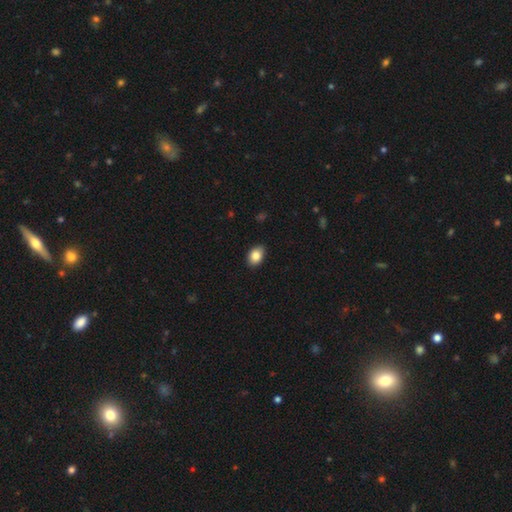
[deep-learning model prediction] Q: Smooth or featured?
A: smooth (86%); runner-up: star or artifact (8%)
Q: How rounded?
A: in between (79%); runner-up: round (20%)
Q: Merging?
A: none (87%); runner-up: minor disturbance (10%)